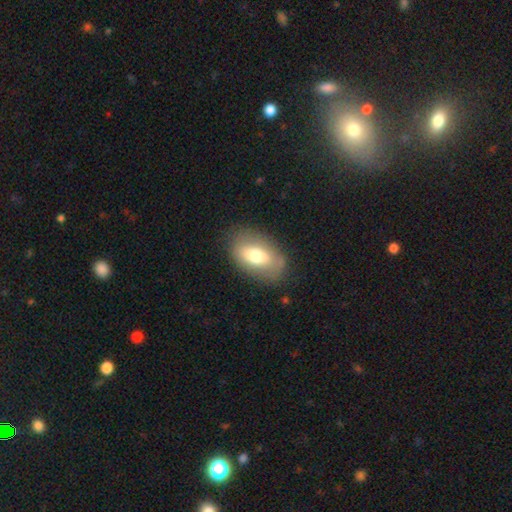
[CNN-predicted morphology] A smooth galaxy with no disk features (68%) that is in between round and cigar-shaped (90%). Merging: none (80%).